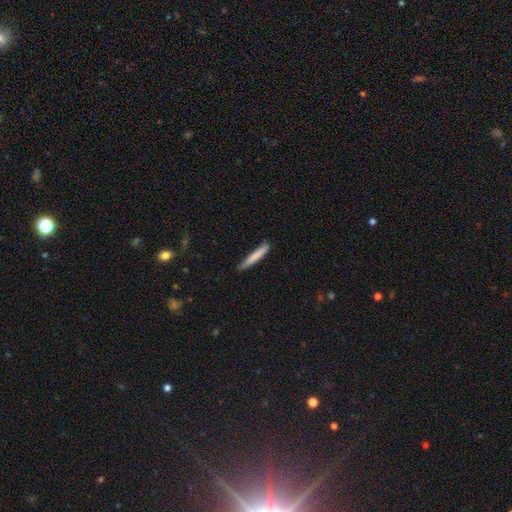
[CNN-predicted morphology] smooth 79%, featured or disk 16%, star or artifact 6%. Down the decision tree: how rounded — cigar-shaped (94%); merging — none (80%).